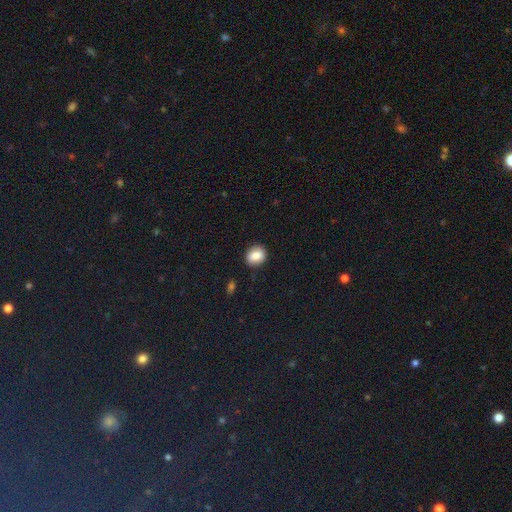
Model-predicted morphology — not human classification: Smooth or featured? smooth (83%)
How rounded? round (60%)
Merging? none (88%)